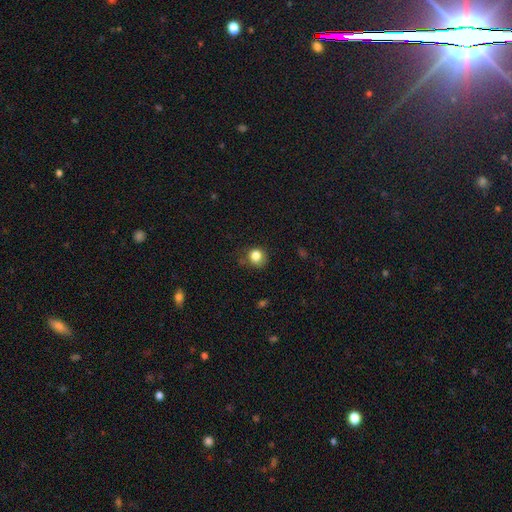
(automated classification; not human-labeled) Q: Smooth or featured?
A: smooth (83%); runner-up: star or artifact (11%)
Q: How rounded?
A: round (82%); runner-up: in between (17%)
Q: Merging?
A: none (69%); runner-up: minor disturbance (22%)